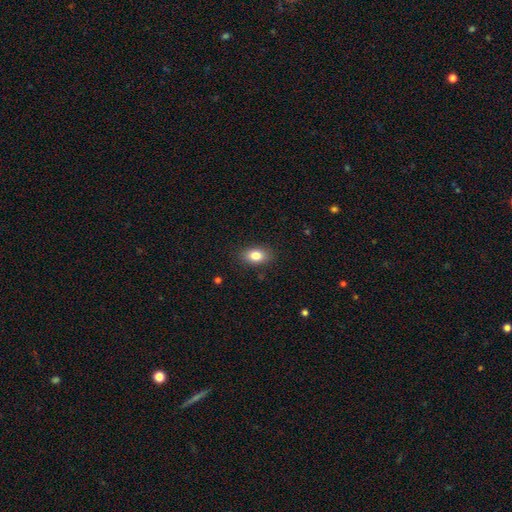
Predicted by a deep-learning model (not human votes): Overall: smooth (83%). How rounded: in between (84%). Merging: none (87%).